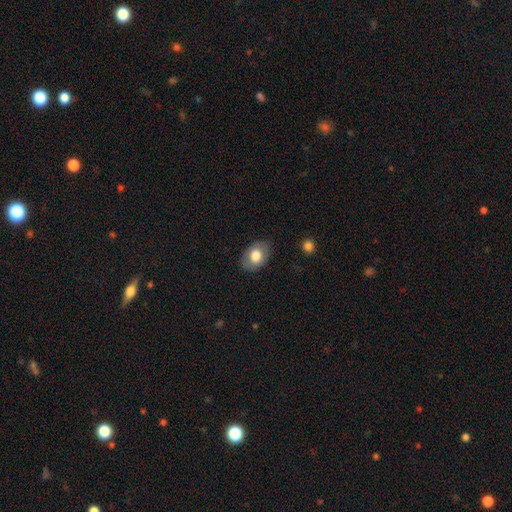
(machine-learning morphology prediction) Smooth or featured: smooth — 73% (featured or disk — 20%)
How rounded: in between — 81% (round — 18%)
Merging: none — 83% (minor disturbance — 12%)